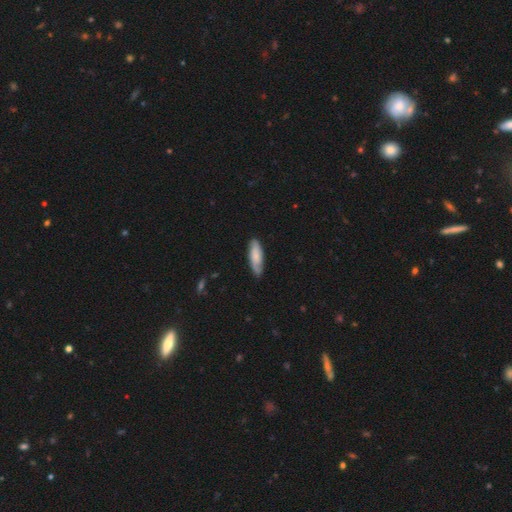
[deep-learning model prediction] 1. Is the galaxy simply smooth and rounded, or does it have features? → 58% smooth, 36% featured or disk, 6% star or artifact.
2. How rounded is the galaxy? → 54% in between, 44% cigar-shaped, 2% round.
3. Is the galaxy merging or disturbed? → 82% none, 14% minor disturbance, 3% major disturbance, 1% merger.